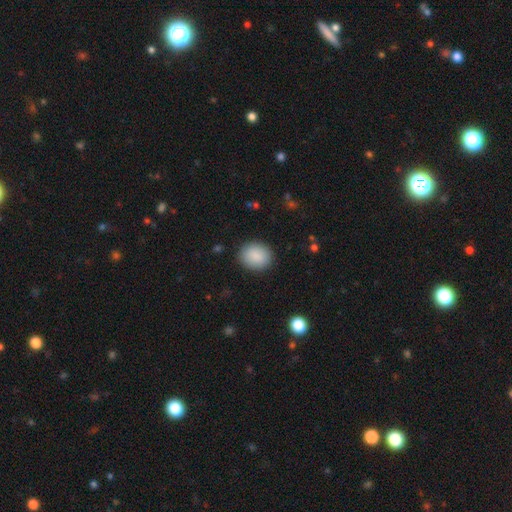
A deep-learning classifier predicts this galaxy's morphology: Smooth or featured? smooth (88%)
How rounded? round (61%)
Merging? none (88%)